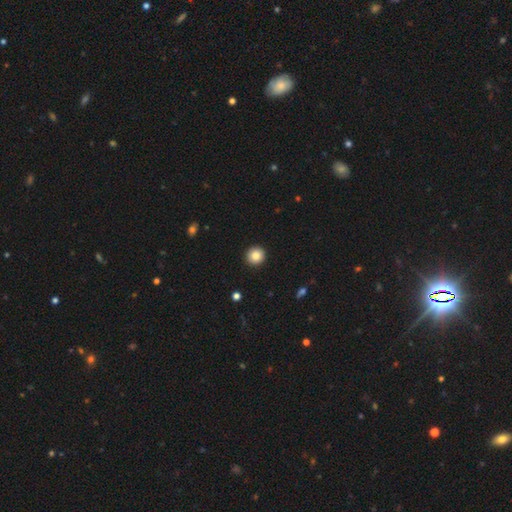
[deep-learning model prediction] A smooth galaxy with no disk features (85%) that is round (94%).

Vote fractions:
- Smooth or featured? smooth: 85% / star or artifact: 9% / featured or disk: 5%
- How rounded? round: 94% / in between: 5% / cigar-shaped: 1%
- Merging? none: 93% / minor disturbance: 5% / major disturbance: 1% / merger: 1%